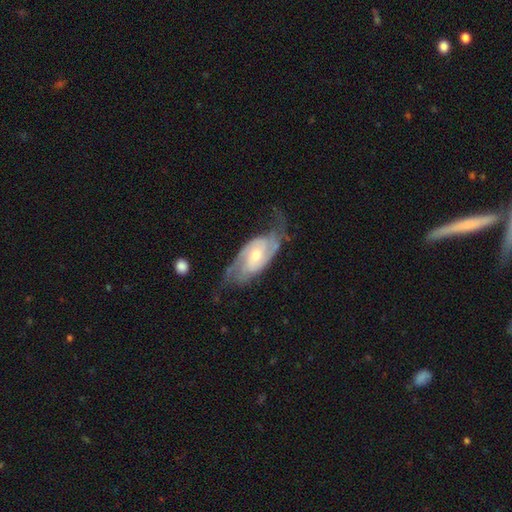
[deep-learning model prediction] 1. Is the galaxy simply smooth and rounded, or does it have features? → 84% featured or disk, 11% smooth, 5% star or artifact.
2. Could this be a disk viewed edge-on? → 93% no, 7% yes.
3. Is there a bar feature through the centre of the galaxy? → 49% no, 39% weak, 12% strong.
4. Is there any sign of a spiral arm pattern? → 95% yes, 5% no.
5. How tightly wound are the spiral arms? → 45% medium, 32% tight, 23% loose.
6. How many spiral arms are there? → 76% 2, 12% can't tell, 6% 3, 3% 1, 2% 4, 2% more than 4.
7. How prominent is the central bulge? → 51% moderate, 41% small, 4% large, 2% none, 1% dominant.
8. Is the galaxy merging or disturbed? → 61% none, 22% minor disturbance, 15% major disturbance, 2% merger.